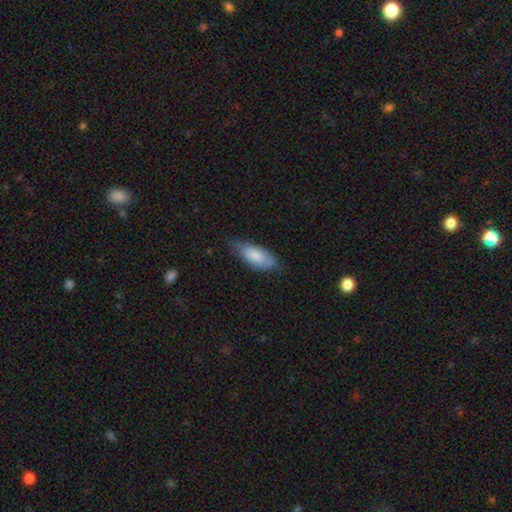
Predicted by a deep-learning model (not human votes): Smooth or featured: smooth — 80% (featured or disk — 14%)
How rounded: in between — 85% (cigar-shaped — 13%)
Merging: none — 58% (minor disturbance — 34%)